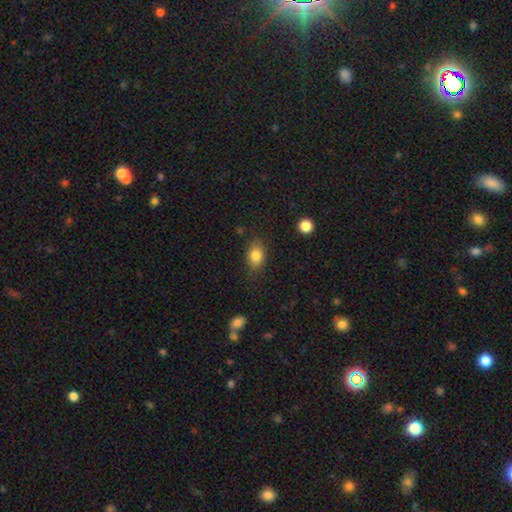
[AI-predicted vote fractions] smooth 83%, star or artifact 9%, featured or disk 8%. Down the decision tree: how rounded — in between (74%); merging — none (79%).